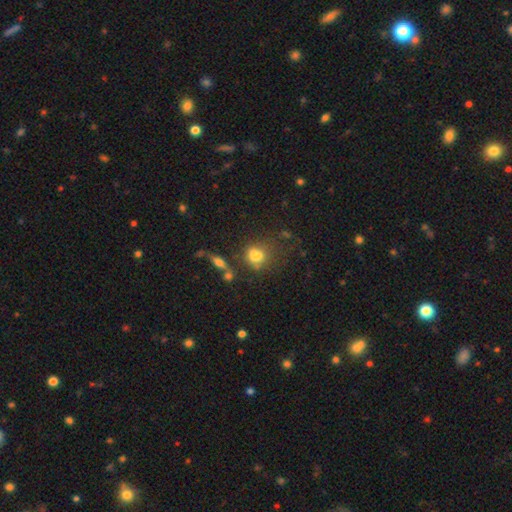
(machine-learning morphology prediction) Smooth or featured?
  - smooth: 68% *
  - featured or disk: 17%
  - star or artifact: 15%
How rounded?
  - round: 50% *
  - in between: 47%
  - cigar-shaped: 3%
Merging?
  - none: 42% *
  - merger: 26%
  - minor disturbance: 18%
  - major disturbance: 14%